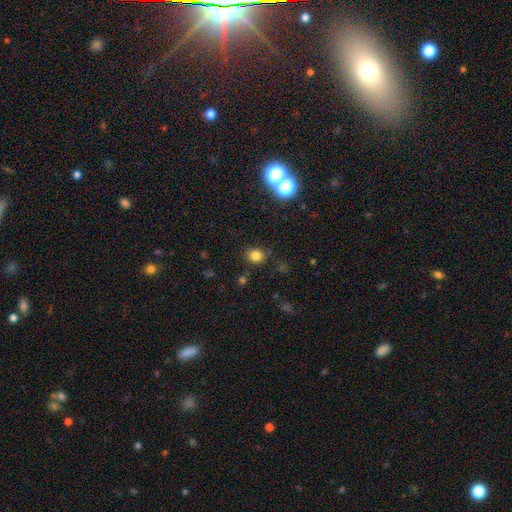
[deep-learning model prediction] Morphology: type=smooth (79%); roundness=round (76%); merging=none (83%).